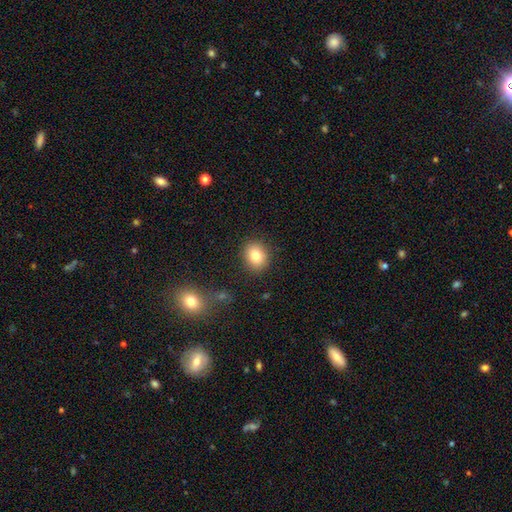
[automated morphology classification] A smooth galaxy with no disk features (81%) that is round (65%).

Vote fractions:
- Smooth or featured? smooth: 81% / star or artifact: 10% / featured or disk: 9%
- How rounded? round: 65% / in between: 35% / cigar-shaped: 1%
- Merging? none: 87% / minor disturbance: 9% / major disturbance: 3% / merger: 2%